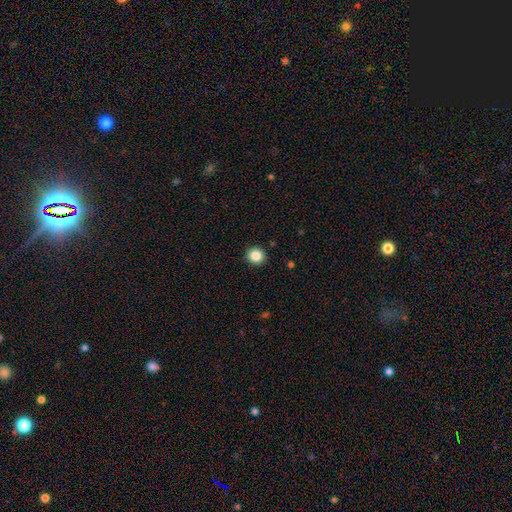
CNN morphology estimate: Smooth or featured? Predicted: smooth (p=0.86). How rounded? Predicted: round (p=0.90). Merging? Predicted: none (p=0.92).